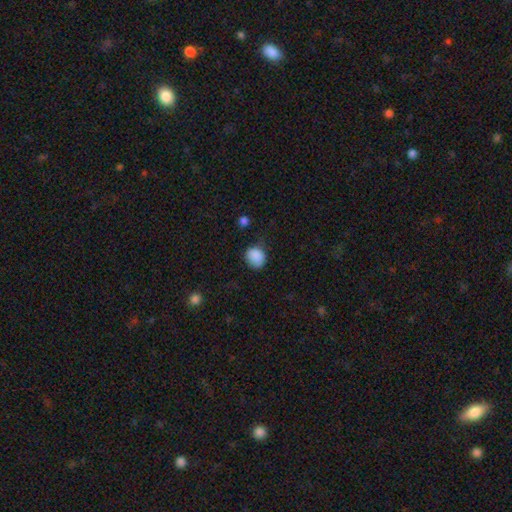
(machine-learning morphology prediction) type=smooth (87%); roundness=round (67%); merging=none (68%).